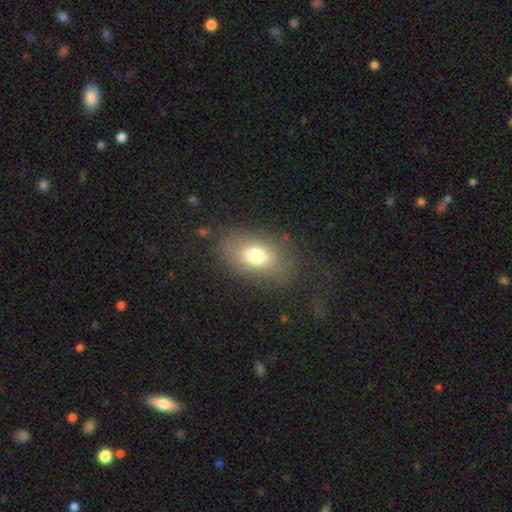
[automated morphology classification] Smooth or featured? Predicted: smooth (p=0.72). How rounded? Predicted: in between (p=0.82). Merging? Predicted: none (p=0.76).